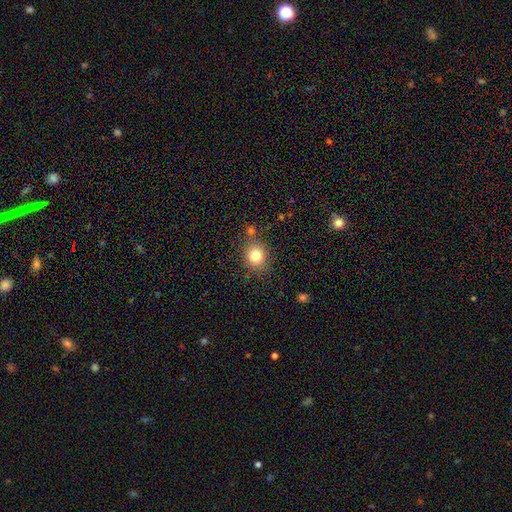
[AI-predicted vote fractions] Q: Smooth or featured?
A: smooth (81%); runner-up: star or artifact (11%)
Q: How rounded?
A: round (78%); runner-up: in between (21%)
Q: Merging?
A: none (77%); runner-up: minor disturbance (12%)